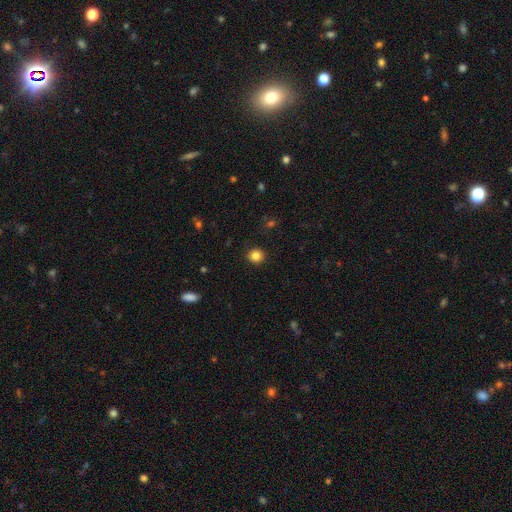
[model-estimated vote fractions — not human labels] Smooth or featured? Predicted: smooth (p=0.84). How rounded? Predicted: round (p=0.90). Merging? Predicted: none (p=0.92).